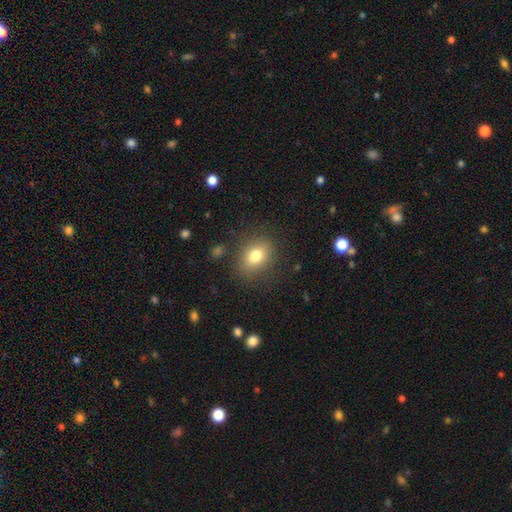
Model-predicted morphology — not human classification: A smooth galaxy with no disk features (77%) that is in between round and cigar-shaped (62%). Merging: none (84%).